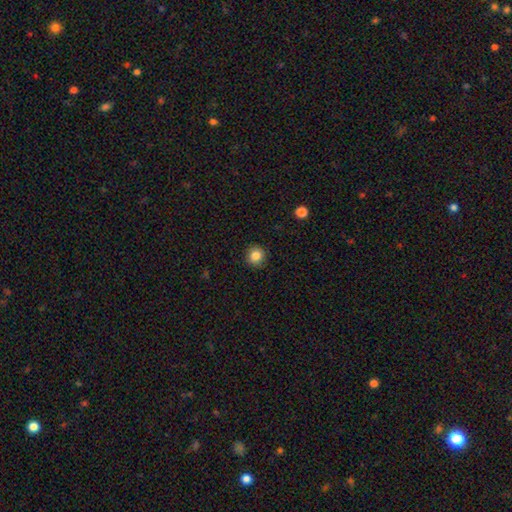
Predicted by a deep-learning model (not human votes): smooth_or_featured: smooth (p=0.84) [alt: star or artifact p=0.11]
how_rounded: round (p=0.92) [alt: in between p=0.07]
merging: none (p=0.91) [alt: minor disturbance p=0.06]